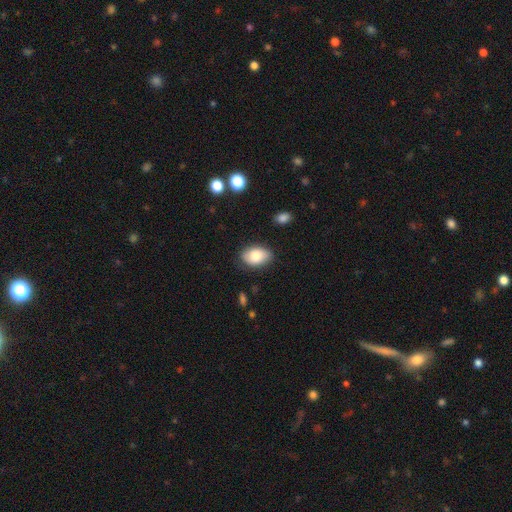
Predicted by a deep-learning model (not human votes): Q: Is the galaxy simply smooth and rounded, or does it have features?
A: smooth — 81%.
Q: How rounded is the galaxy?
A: in between — 90%.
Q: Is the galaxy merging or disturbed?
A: none — 80%.